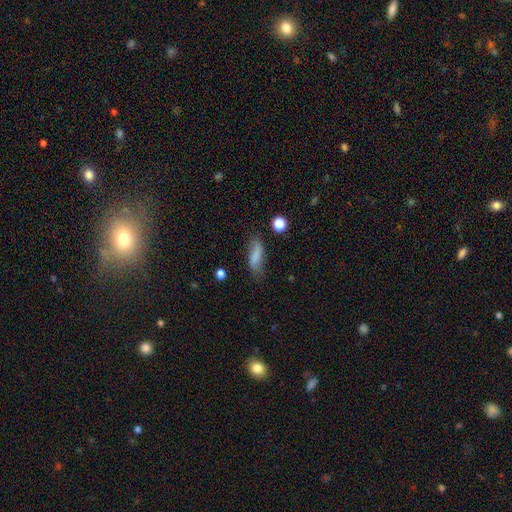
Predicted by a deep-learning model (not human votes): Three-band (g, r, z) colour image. It shows a smooth galaxy with no disk features (72%) that is in between round and cigar-shaped (62%). Merging: none (62%).